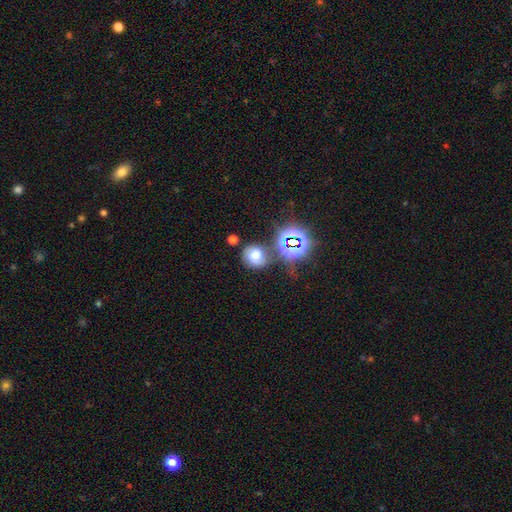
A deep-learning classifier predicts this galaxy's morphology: smooth_or_featured: smooth (p=0.57) [alt: star or artifact p=0.24]
how_rounded: round (p=0.74) [alt: in between p=0.25]
merging: none (p=0.59) [alt: minor disturbance p=0.19]